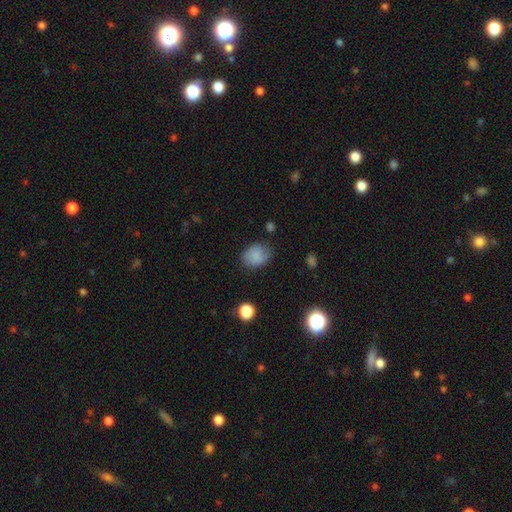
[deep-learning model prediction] A smooth galaxy with no disk features (81%) that is in between round and cigar-shaped (54%).

Vote fractions:
- Smooth or featured? smooth: 81% / star or artifact: 10% / featured or disk: 9%
- How rounded? in between: 54% / round: 45% / cigar-shaped: 1%
- Merging? none: 70% / minor disturbance: 22% / major disturbance: 6% / merger: 2%